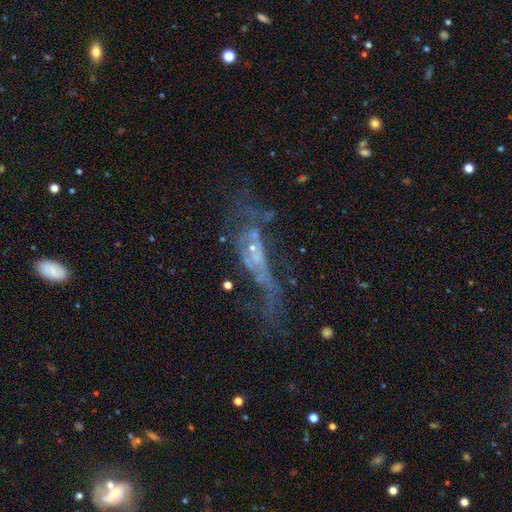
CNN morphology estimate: A featured or disk galaxy (61%).

Vote fractions:
- Smooth or featured? featured or disk: 61% / smooth: 20% / star or artifact: 20%
- Edge-on disk? no: 80% / yes: 20%
- Merging? major disturbance: 42% / none: 28% / merger: 16% / minor disturbance: 15%